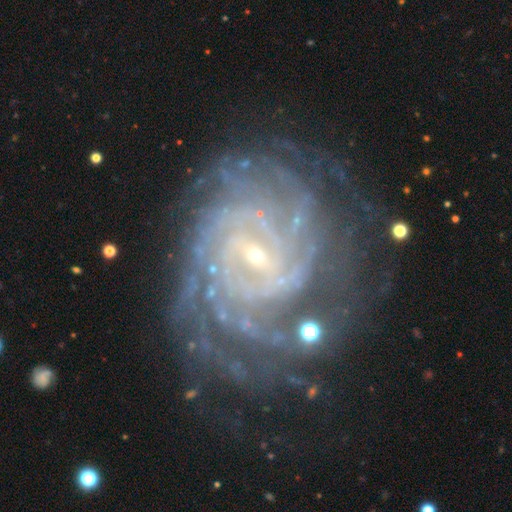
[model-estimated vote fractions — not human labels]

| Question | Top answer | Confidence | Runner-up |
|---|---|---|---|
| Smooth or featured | featured or disk | 92% | star or artifact (5%) |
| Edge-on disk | no | 98% | yes (2%) |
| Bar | weak | 49% | no (27%) |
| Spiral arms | yes | 98% | no (2%) |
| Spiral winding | tight | 79% | medium (18%) |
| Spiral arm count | more than 4 | 26% | 4 (25%) |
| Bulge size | small | 84% | moderate (12%) |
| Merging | none | 73% | minor disturbance (16%) |